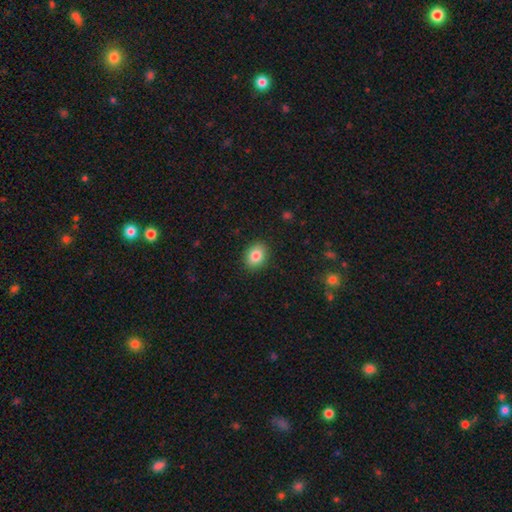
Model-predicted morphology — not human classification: smooth-or-featured: smooth: 84% | star or artifact: 9% | featured or disk: 7%
  how-rounded: in between: 58% | round: 41% | cigar-shaped: 1%
  merging: none: 89% | minor disturbance: 7% | major disturbance: 2% | merger: 1%